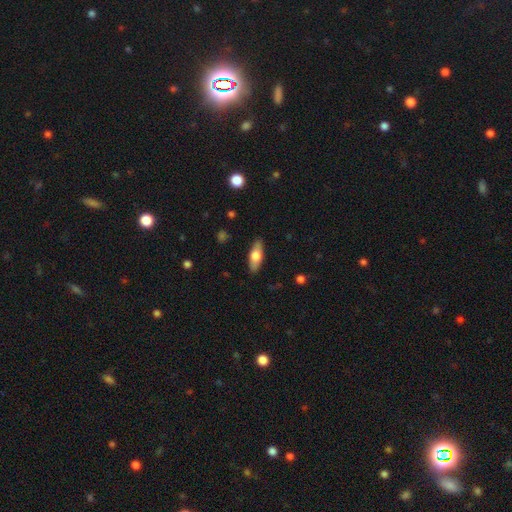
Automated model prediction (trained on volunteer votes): Smooth or featured: smooth — 64% (featured or disk — 30%)
How rounded: in between — 69% (cigar-shaped — 28%)
Merging: none — 87% (minor disturbance — 9%)